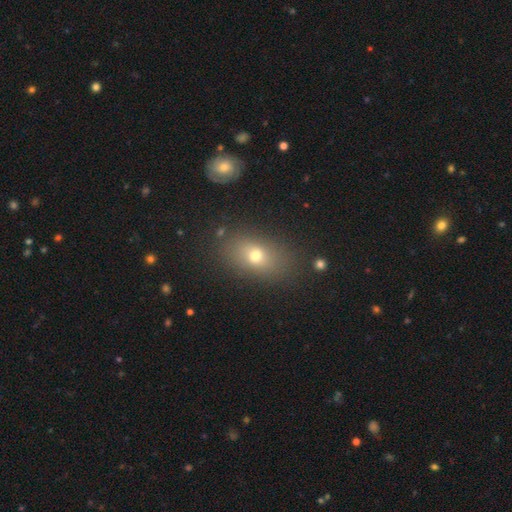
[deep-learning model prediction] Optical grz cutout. It shows a smooth galaxy with no disk features (68%) that is in between round and cigar-shaped (76%). Merging: none (82%).